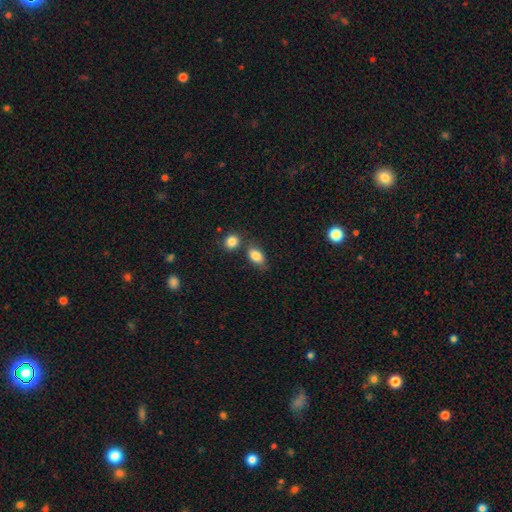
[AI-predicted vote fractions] Morphology: type=smooth (85%); roundness=in between (85%); merging=none (65%).